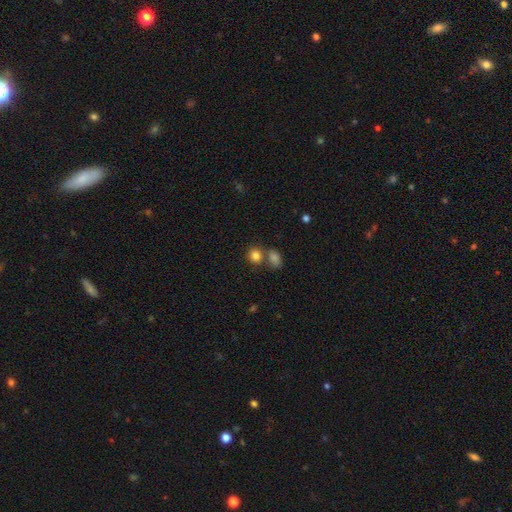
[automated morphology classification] smooth-or-featured: smooth: 83% | star or artifact: 11% | featured or disk: 6%
  how-rounded: round: 71% | in between: 28% | cigar-shaped: 1%
  merging: none: 52% | merger: 35% | minor disturbance: 10% | major disturbance: 4%